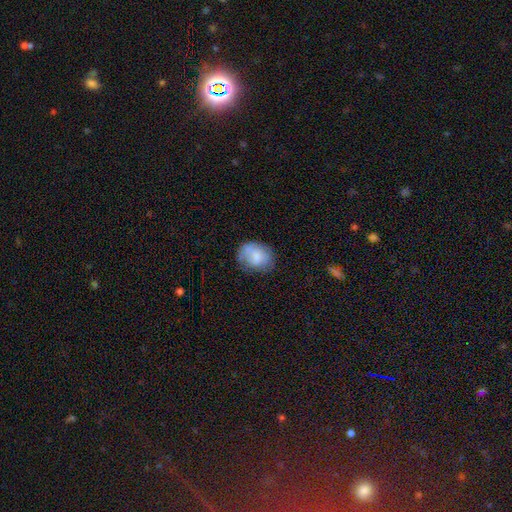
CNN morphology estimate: Smooth or featured: smooth — 71% (featured or disk — 21%)
How rounded: in between — 58% (round — 41%)
Merging: none — 59% (minor disturbance — 28%)